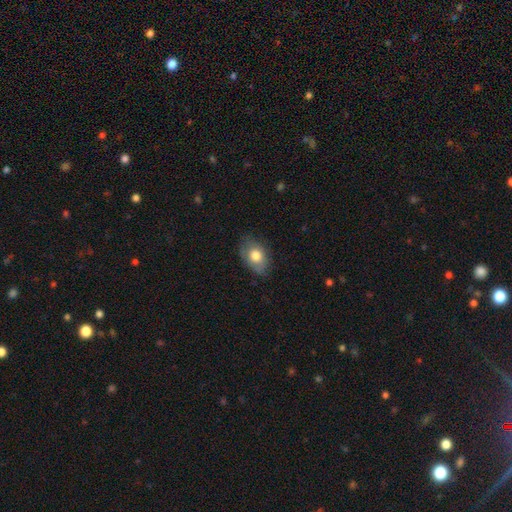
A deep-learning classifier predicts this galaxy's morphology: Smooth or featured? smooth (74%)
How rounded? in between (80%)
Merging? none (72%)